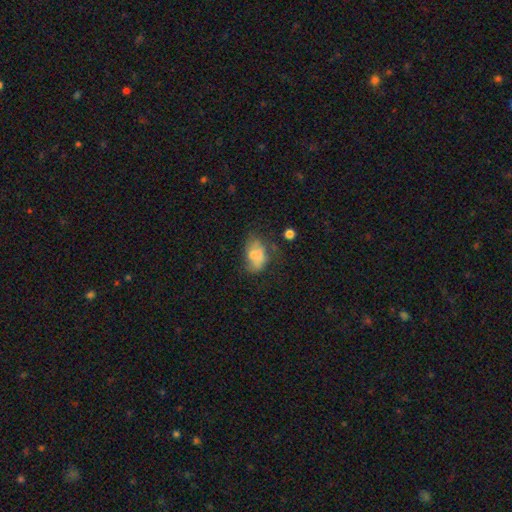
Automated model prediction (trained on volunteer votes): Smooth or featured? Predicted: smooth (p=0.60). How rounded? Predicted: in between (p=0.84). Merging? Predicted: none (p=0.32).